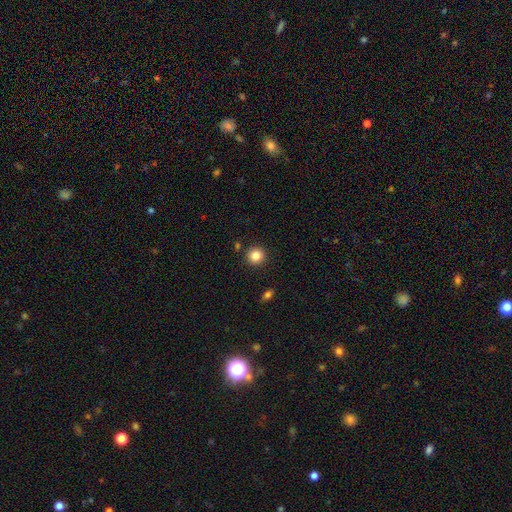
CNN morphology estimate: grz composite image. It shows a smooth galaxy with no disk features (84%) that is round (93%). Merging: none (90%).